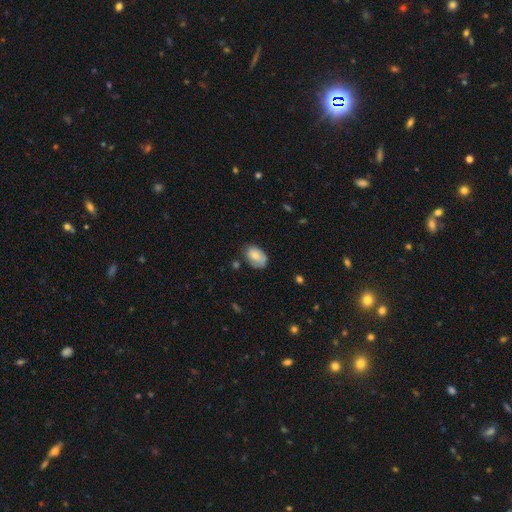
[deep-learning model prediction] A smooth galaxy with no disk features (72%) that is in between round and cigar-shaped (85%). Merging: none (60%).